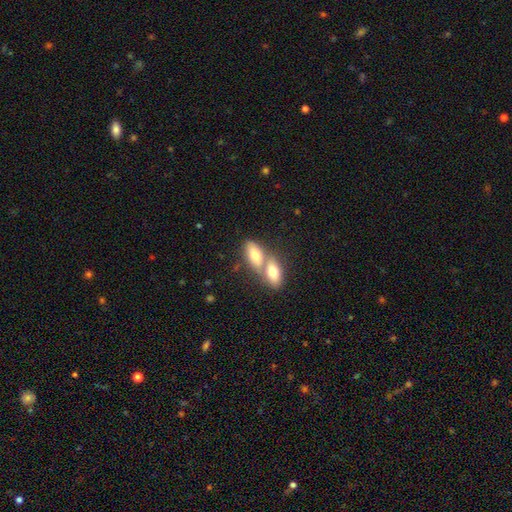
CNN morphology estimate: This appears to be a smooth galaxy with no disk features (72%) that is in between round and cigar-shaped (85%). Merging: merger (63%).